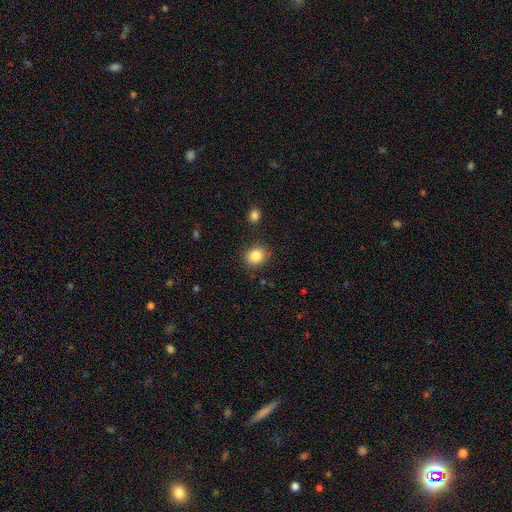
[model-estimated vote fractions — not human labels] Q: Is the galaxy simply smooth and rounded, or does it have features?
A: smooth — 85%.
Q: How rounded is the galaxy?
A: round — 74%.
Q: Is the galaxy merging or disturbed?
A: none — 86%.